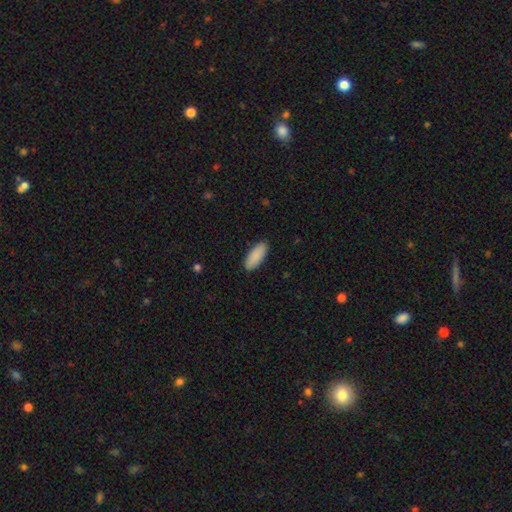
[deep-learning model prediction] Smooth or featured: smooth — 90% (star or artifact — 5%)
How rounded: in between — 80% (cigar-shaped — 19%)
Merging: none — 89% (minor disturbance — 8%)